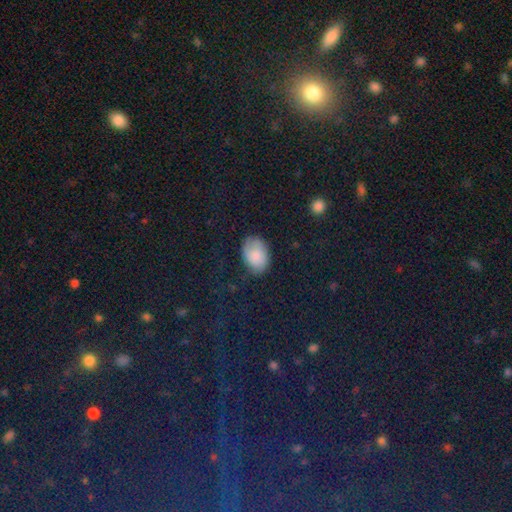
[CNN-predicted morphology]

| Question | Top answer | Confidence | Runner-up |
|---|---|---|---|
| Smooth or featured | smooth | 77% | featured or disk (13%) |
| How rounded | in between | 84% | round (15%) |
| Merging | none | 70% | minor disturbance (22%) |